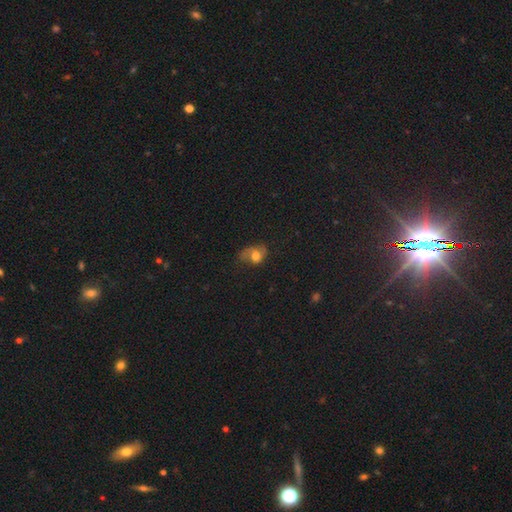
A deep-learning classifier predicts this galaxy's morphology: Overall: smooth (59%; featured or disk 29%). How rounded: in between (63%; round 36%). Merging: none (38%; minor disturbance 31%).